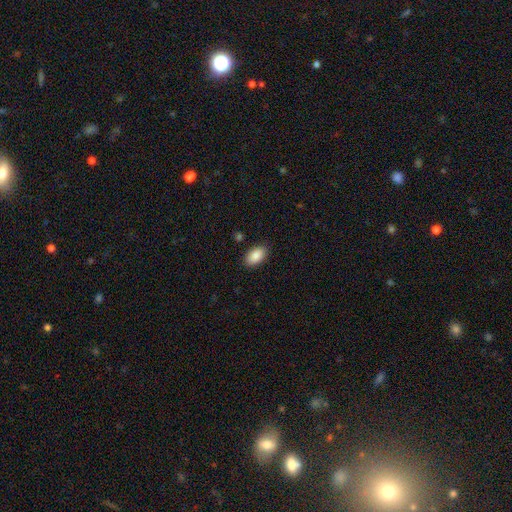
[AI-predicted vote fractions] Smooth or featured? Predicted: smooth (p=0.88). How rounded? Predicted: in between (p=0.94). Merging? Predicted: none (p=0.87).